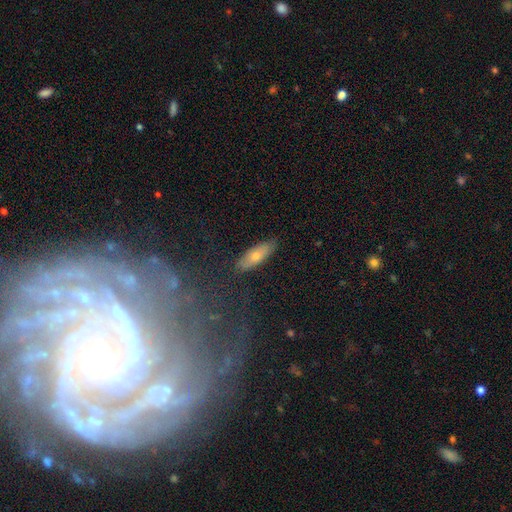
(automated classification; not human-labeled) This appears to be a smooth galaxy with no disk features (61%) that is in between round and cigar-shaped (59%). Merging: none (85%).